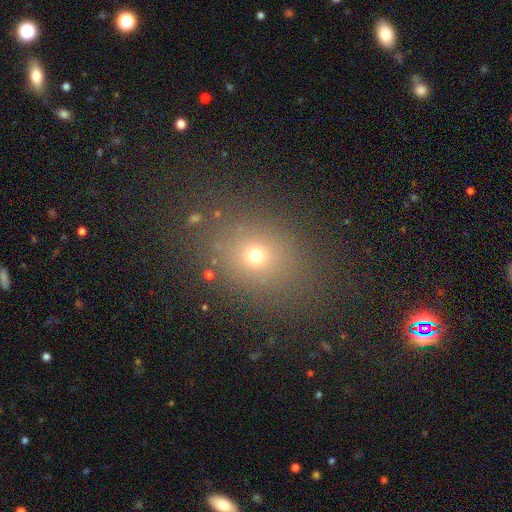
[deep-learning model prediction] Q: Smooth or featured?
A: smooth (66%); runner-up: star or artifact (23%)
Q: How rounded?
A: round (54%); runner-up: in between (45%)
Q: Merging?
A: none (82%); runner-up: minor disturbance (11%)